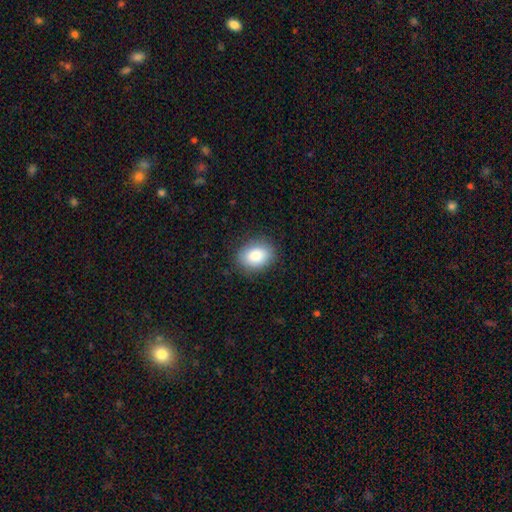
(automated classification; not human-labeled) Smooth or featured?
  - smooth: 85% *
  - star or artifact: 7%
  - featured or disk: 7%
How rounded?
  - in between: 69% *
  - round: 30%
  - cigar-shaped: 1%
Merging?
  - none: 86% *
  - minor disturbance: 10%
  - major disturbance: 3%
  - merger: 1%